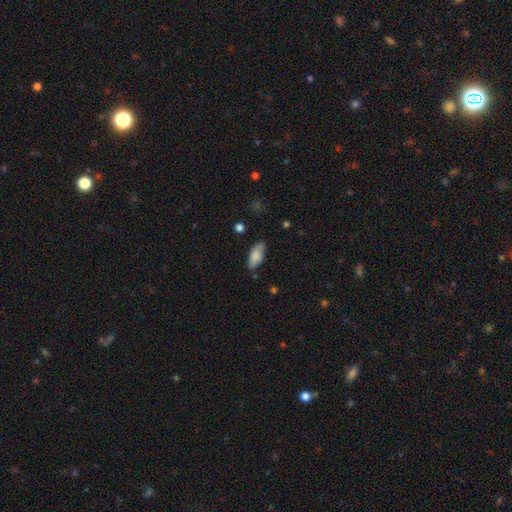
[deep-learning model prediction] A smooth galaxy with no disk features (80%) that is in between round and cigar-shaped (84%).

Vote fractions:
- Smooth or featured? smooth: 80% / featured or disk: 13% / star or artifact: 7%
- How rounded? in between: 84% / cigar-shaped: 14% / round: 2%
- Merging? none: 76% / minor disturbance: 19% / major disturbance: 4% / merger: 2%